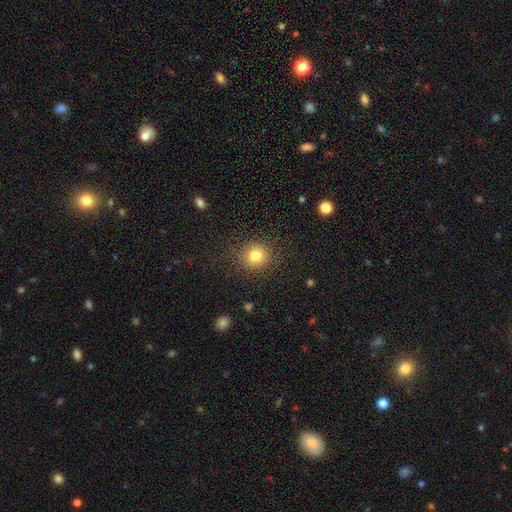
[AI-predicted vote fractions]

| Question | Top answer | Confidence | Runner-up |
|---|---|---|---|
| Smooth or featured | smooth | 81% | star or artifact (12%) |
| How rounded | round | 86% | in between (13%) |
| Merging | none | 87% | minor disturbance (8%) |